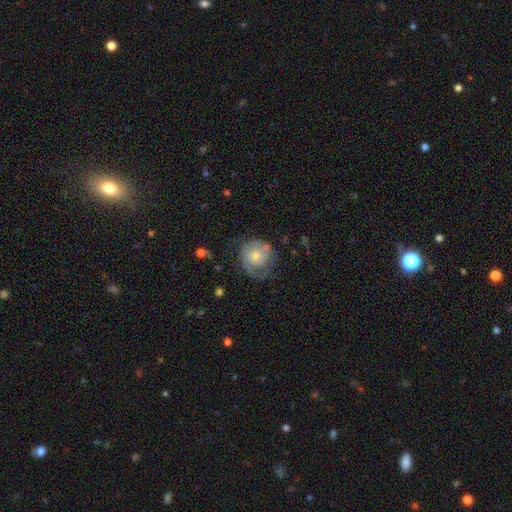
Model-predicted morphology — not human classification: This is likely a featured or disk galaxy (73%). It is clearly not viewed edge-on (98%). Bar: likely no (78%). Spiral arm pattern: clearly yes (91%). Spiral arm count: possibly 2 (50%). Spiral winding: possibly tight (57%). Central bulge: possibly moderate (53%). Merging: likely none (65%).